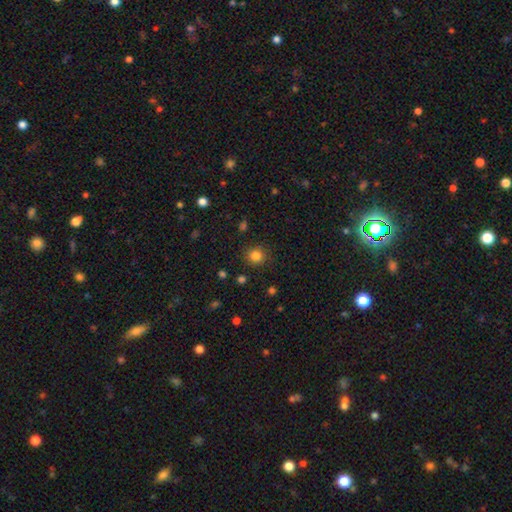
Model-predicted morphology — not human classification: Smooth or featured?
  - smooth: 82% *
  - star or artifact: 13%
  - featured or disk: 5%
How rounded?
  - round: 89% *
  - in between: 11%
  - cigar-shaped: 1%
Merging?
  - none: 88% *
  - minor disturbance: 8%
  - major disturbance: 3%
  - merger: 2%